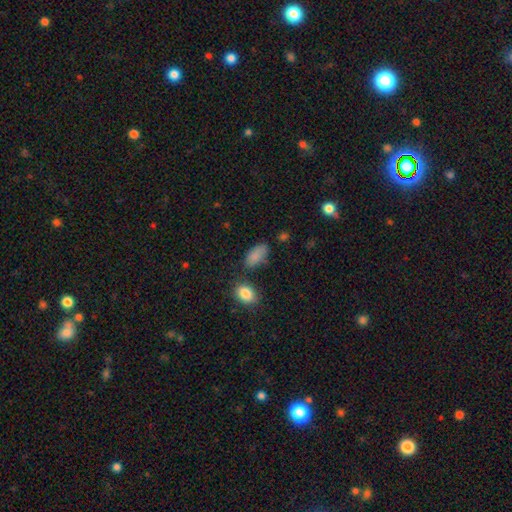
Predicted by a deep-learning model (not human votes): Overall: smooth (85%). How rounded: in between (91%). Merging: none (65%).